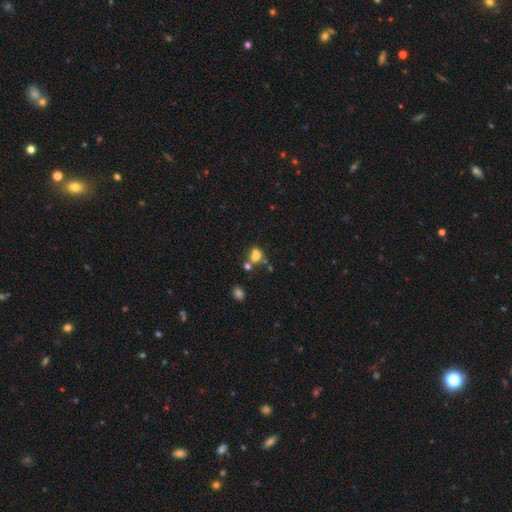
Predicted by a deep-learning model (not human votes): Smooth or featured?
  - smooth: 70% *
  - star or artifact: 16%
  - featured or disk: 14%
How rounded?
  - round: 63% *
  - in between: 36%
  - cigar-shaped: 1%
Merging?
  - merger: 42% *
  - none: 40%
  - minor disturbance: 12%
  - major disturbance: 7%